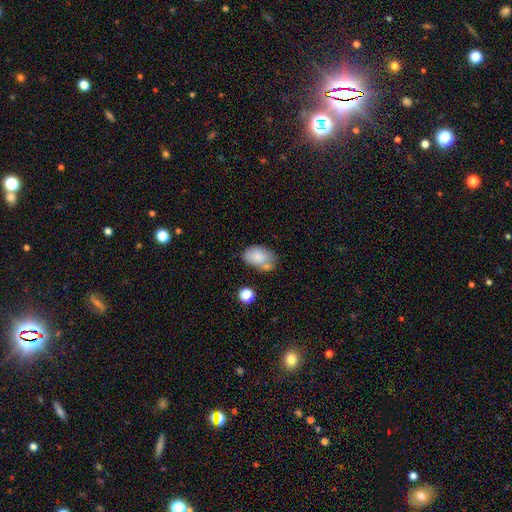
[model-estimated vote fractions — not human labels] Smooth or featured: smooth — 80% (featured or disk — 12%)
How rounded: in between — 86% (round — 13%)
Merging: none — 48% (minor disturbance — 23%)